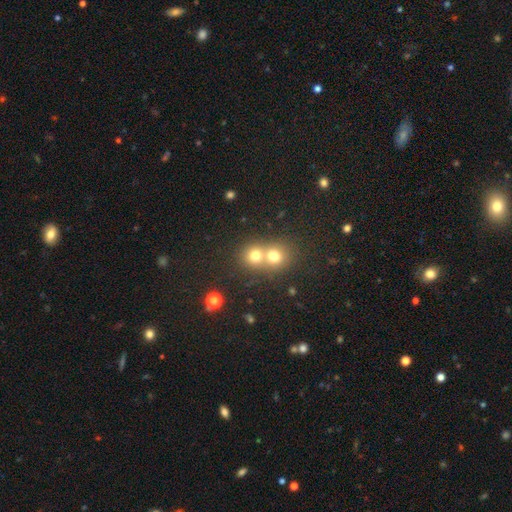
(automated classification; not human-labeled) Q: Smooth or featured?
A: smooth (72%); runner-up: star or artifact (15%)
Q: How rounded?
A: round (82%); runner-up: in between (17%)
Q: Merging?
A: merger (61%); runner-up: none (33%)